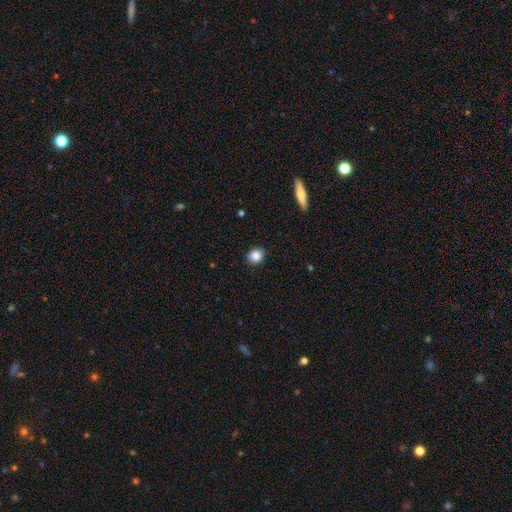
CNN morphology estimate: This is clearly a smooth galaxy (84%). How rounded: likely round (60%). Merging: clearly none (89%).